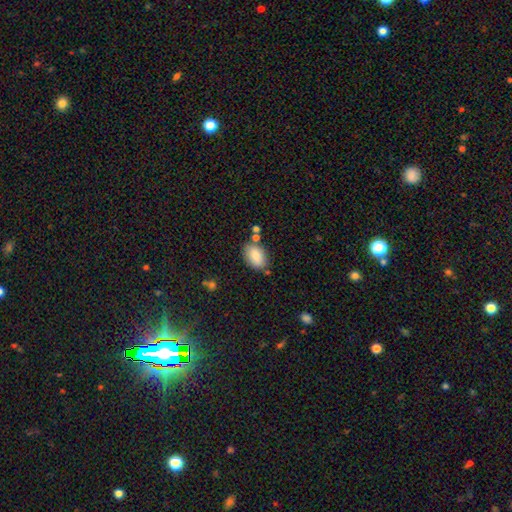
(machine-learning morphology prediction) Overall: smooth (83%). How rounded: in between (88%). Merging: none (73%).